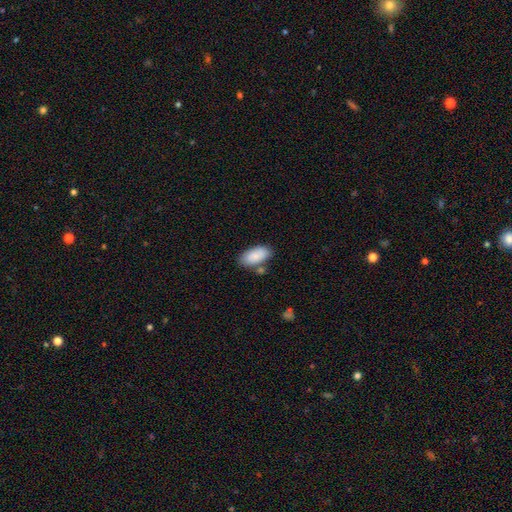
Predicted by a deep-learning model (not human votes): smooth_or_featured: smooth (p=0.86) [alt: featured or disk p=0.08]
how_rounded: in between (p=0.93) [alt: cigar-shaped p=0.04]
merging: none (p=0.69) [alt: minor disturbance p=0.16]